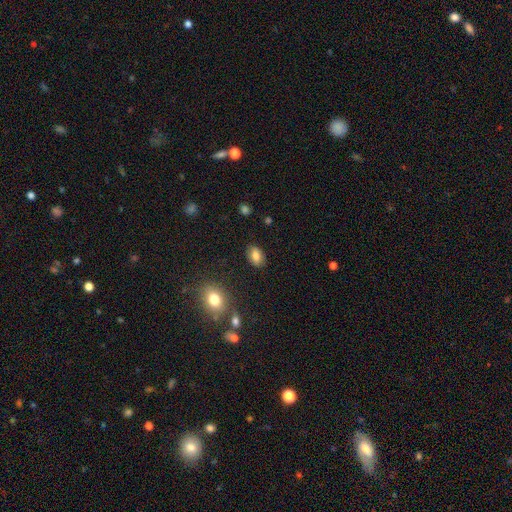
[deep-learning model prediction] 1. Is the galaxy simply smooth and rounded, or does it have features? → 80% smooth, 11% featured or disk, 9% star or artifact.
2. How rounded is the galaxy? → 85% in between, 13% round, 2% cigar-shaped.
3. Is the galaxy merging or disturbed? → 86% none, 9% minor disturbance, 3% major disturbance, 2% merger.